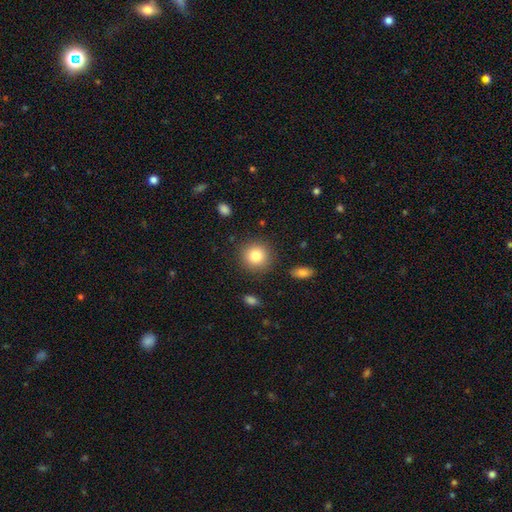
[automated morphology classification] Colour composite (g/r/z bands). It shows a smooth galaxy with no disk features (82%) that is round (91%). Merging: none (88%).